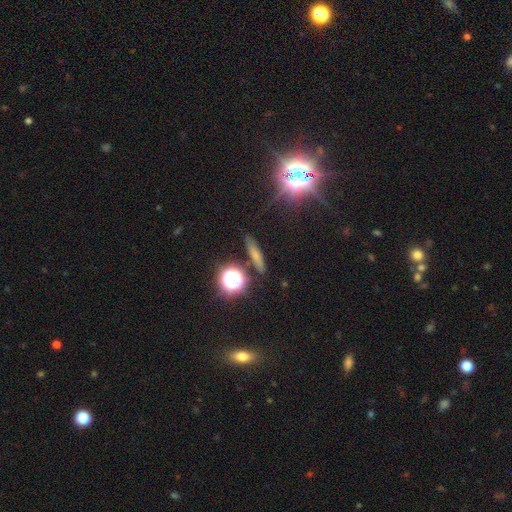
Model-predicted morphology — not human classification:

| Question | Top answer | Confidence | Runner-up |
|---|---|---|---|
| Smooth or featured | smooth | 59% | star or artifact (24%) |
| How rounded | cigar-shaped | 70% | in between (15%) |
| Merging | none | 83% | minor disturbance (10%) |